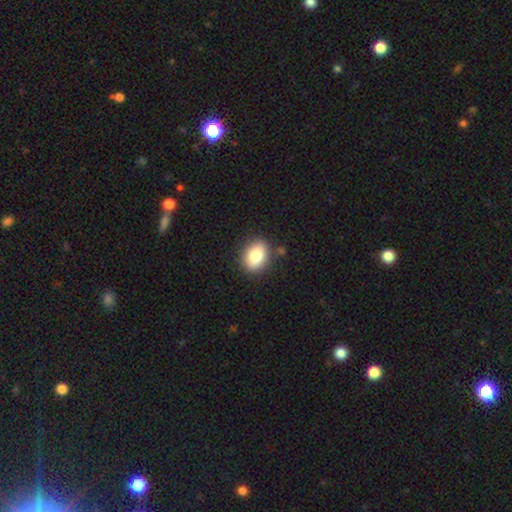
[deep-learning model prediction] Smooth or featured? Predicted: smooth (p=0.85). How rounded? Predicted: in between (p=0.76). Merging? Predicted: none (p=0.83).